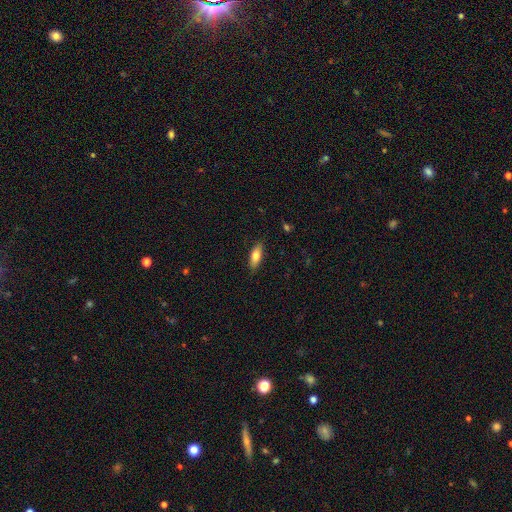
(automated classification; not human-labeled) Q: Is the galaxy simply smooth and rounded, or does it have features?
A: smooth — 76%.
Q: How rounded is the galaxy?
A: in between — 69%.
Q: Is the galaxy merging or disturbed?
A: none — 86%.